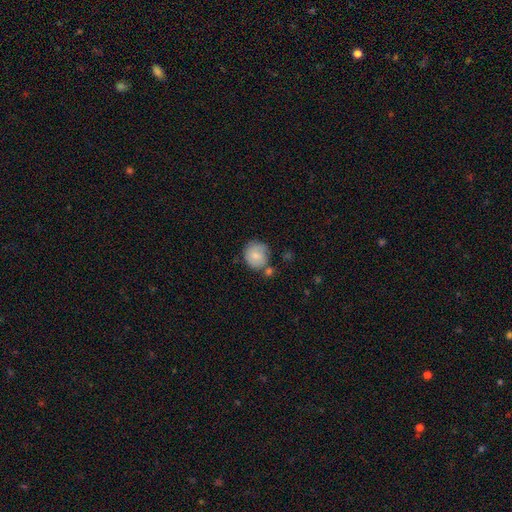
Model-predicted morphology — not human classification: smooth_or_featured: smooth (p=0.77) [alt: featured or disk p=0.16]
how_rounded: round (p=0.85) [alt: in between p=0.14]
merging: none (p=0.60) [alt: minor disturbance p=0.22]